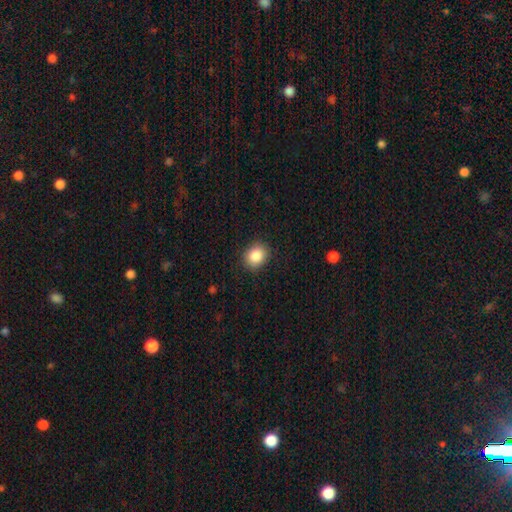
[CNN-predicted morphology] smooth 87%, star or artifact 8%, featured or disk 4%. Down the decision tree: how rounded — round (62%); merging — none (87%).